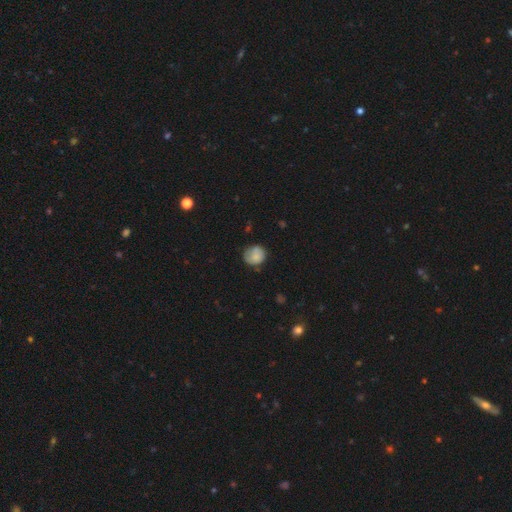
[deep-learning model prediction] smooth_or_featured: smooth (p=0.78) [alt: featured or disk p=0.14]
how_rounded: round (p=0.81) [alt: in between p=0.18]
merging: none (p=0.64) [alt: minor disturbance p=0.27]